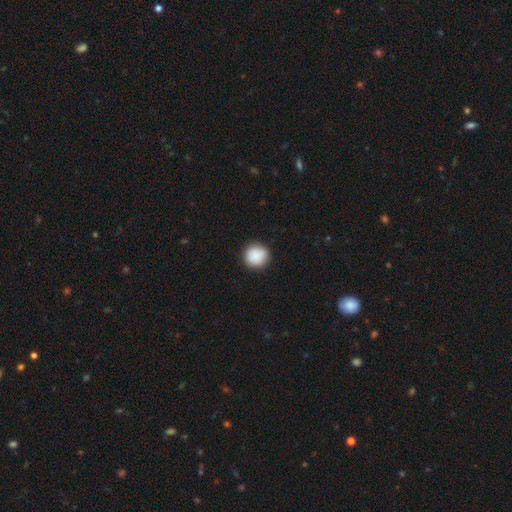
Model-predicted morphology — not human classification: Smooth or featured: smooth — 88% (star or artifact — 8%)
How rounded: round — 92% (in between — 7%)
Merging: none — 87% (minor disturbance — 10%)